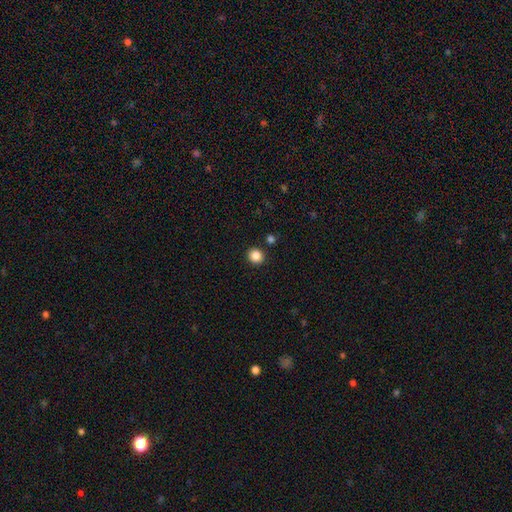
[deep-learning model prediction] smooth 86%, star or artifact 10%, featured or disk 3%. Down the decision tree: how rounded — round (91%); merging — none (90%).